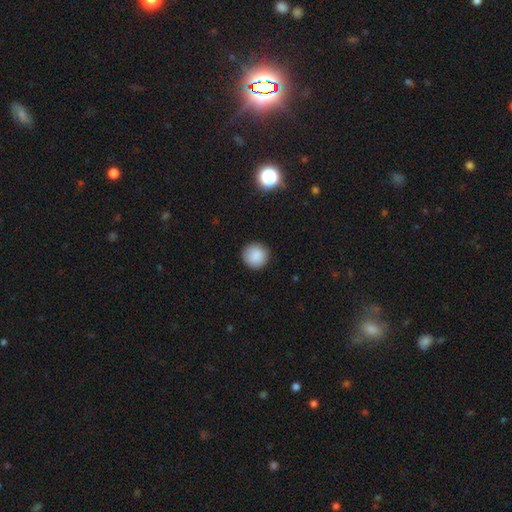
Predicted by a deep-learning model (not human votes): smooth_or_featured: smooth (p=0.88) [alt: star or artifact p=0.08]
how_rounded: round (p=0.95) [alt: in between p=0.04]
merging: none (p=0.92) [alt: minor disturbance p=0.06]